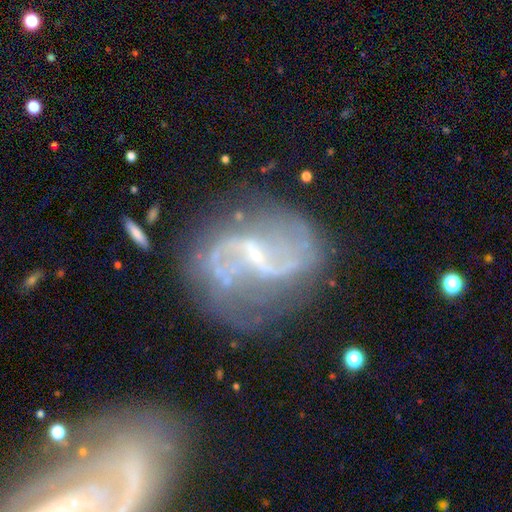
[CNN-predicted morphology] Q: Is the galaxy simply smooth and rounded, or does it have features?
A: featured or disk — 86%.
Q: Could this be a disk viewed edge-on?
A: no — 97%.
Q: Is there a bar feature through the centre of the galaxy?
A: weak — 49%.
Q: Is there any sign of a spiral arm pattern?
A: yes — 92%.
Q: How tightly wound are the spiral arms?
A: loose — 66%.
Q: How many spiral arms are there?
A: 2 — 86%.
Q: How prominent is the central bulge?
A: small — 70%.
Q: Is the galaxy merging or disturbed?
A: none — 60%.